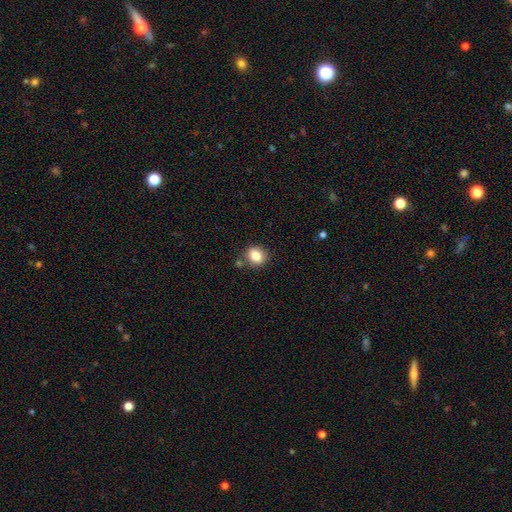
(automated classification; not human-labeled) Smooth or featured? Predicted: smooth (p=0.84). How rounded? Predicted: round (p=0.71). Merging? Predicted: none (p=0.78).